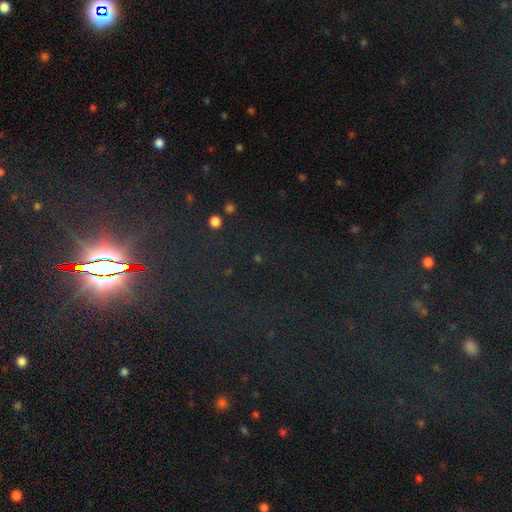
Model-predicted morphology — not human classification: Smooth or featured? star or artifact (81%)